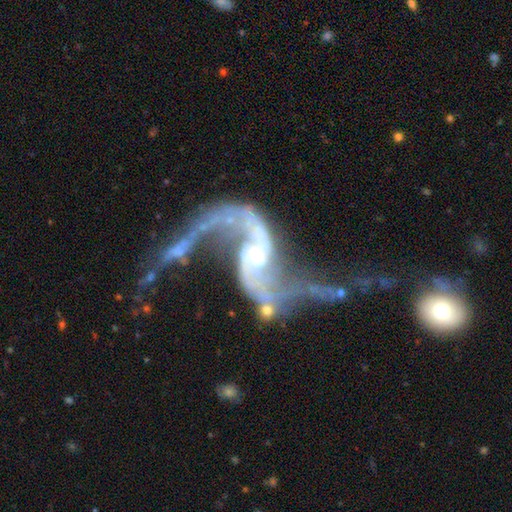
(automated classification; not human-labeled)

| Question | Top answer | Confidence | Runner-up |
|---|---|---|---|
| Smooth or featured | featured or disk | 91% | star or artifact (6%) |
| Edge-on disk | no | 97% | yes (3%) |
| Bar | no | 46% | weak (38%) |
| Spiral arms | yes | 94% | no (6%) |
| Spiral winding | loose | 88% | medium (9%) |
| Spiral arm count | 2 | 90% | 1 (3%) |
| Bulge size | small | 59% | moderate (25%) |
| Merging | merger | 31% | tied: major disturbance (31%) |